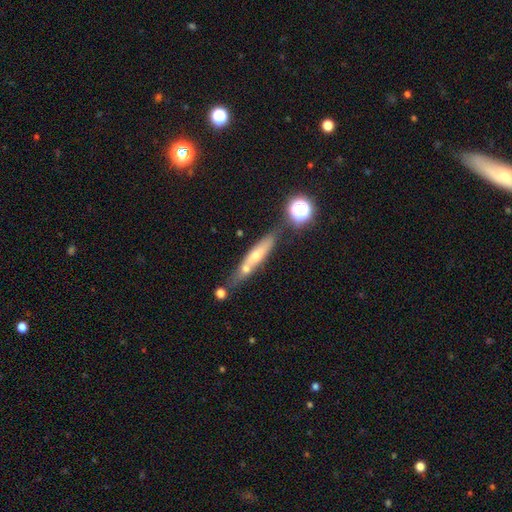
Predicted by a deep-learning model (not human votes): This appears to be a featured or disk galaxy (44%). Merging: none (58%).